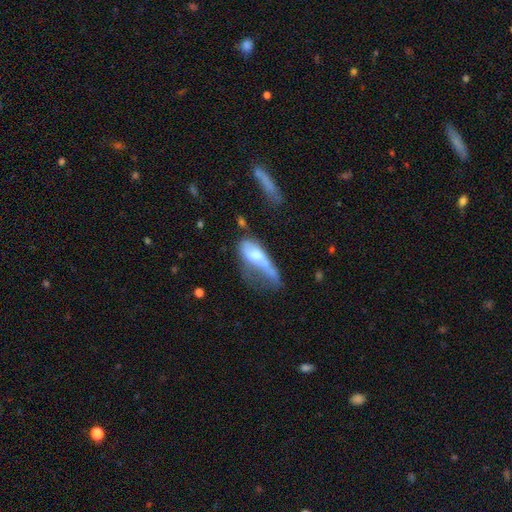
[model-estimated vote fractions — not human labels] A smooth galaxy with no disk features (46%). Merging: major disturbance (46%).